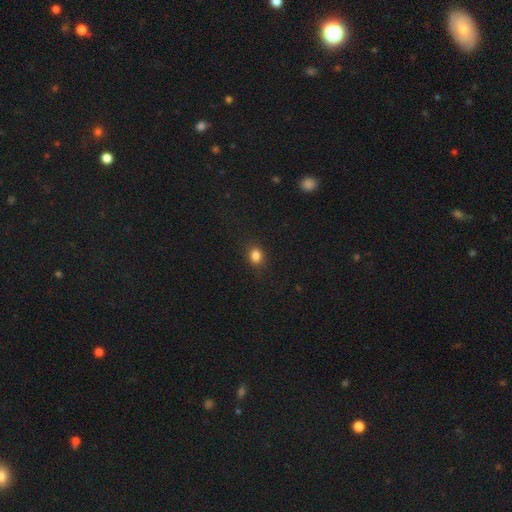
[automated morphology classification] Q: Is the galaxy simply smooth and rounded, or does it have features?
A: smooth — 84%.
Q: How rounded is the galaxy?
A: round — 52%.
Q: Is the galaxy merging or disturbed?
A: none — 85%.